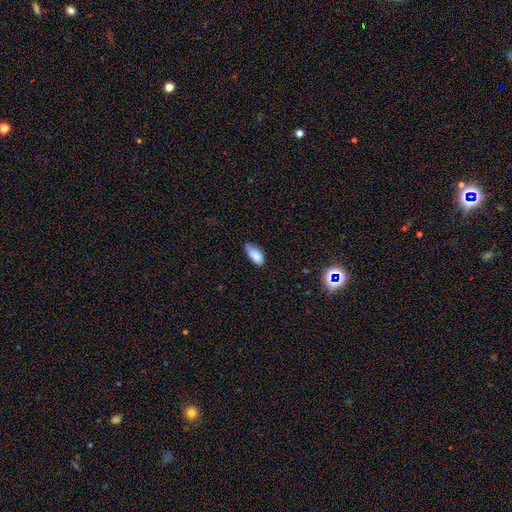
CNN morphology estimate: The model was most divided on "merging": none: 56%, minor disturbance: 36%, major disturbance: 6%, merger: 2%. More confident: how rounded — in between (86%); smooth or featured — smooth (85%).